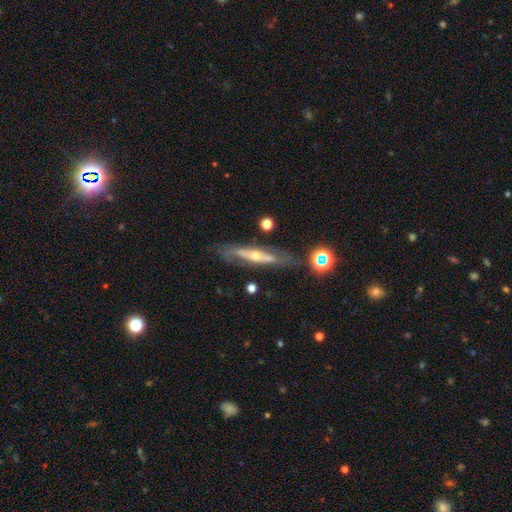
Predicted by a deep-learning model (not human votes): Q: Smooth or featured?
A: featured or disk (72%); runner-up: smooth (20%)
Q: Edge-on disk?
A: yes (56%); runner-up: no (44%)
Q: Merging?
A: none (70%); runner-up: minor disturbance (18%)